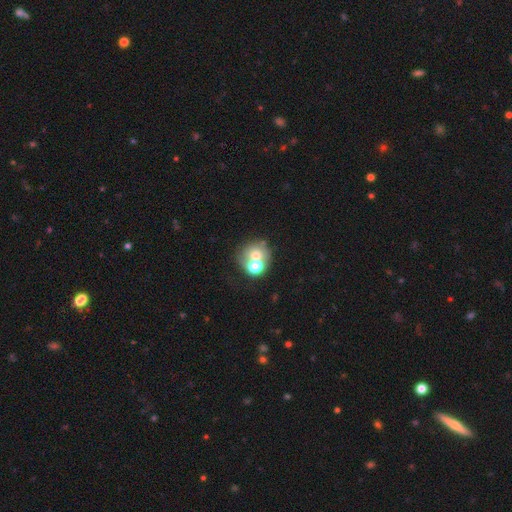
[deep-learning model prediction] smooth_or_featured: smooth (p=0.62) [alt: featured or disk p=0.24]
how_rounded: round (p=0.78) [alt: in between p=0.21]
merging: merger (p=0.48) [alt: none p=0.37]